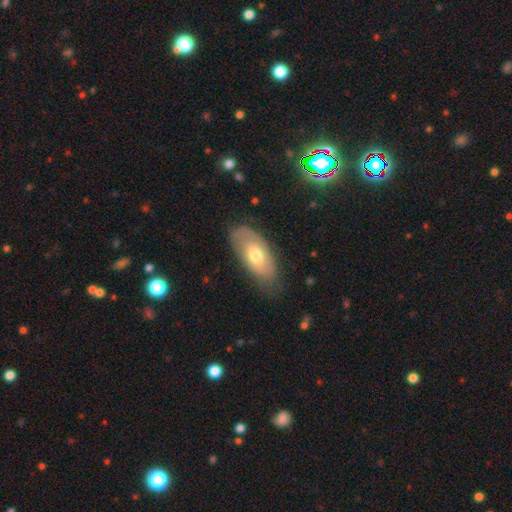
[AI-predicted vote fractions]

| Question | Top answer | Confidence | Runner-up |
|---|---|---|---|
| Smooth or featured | smooth | 57% | featured or disk (37%) |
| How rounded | in between | 91% | cigar-shaped (6%) |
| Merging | none | 68% | minor disturbance (24%) |